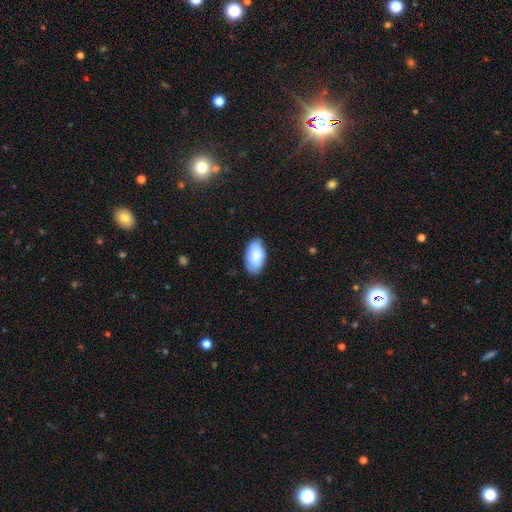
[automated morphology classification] Smooth or featured: smooth — 77% (featured or disk — 17%)
How rounded: in between — 95% (round — 3%)
Merging: none — 75% (minor disturbance — 20%)